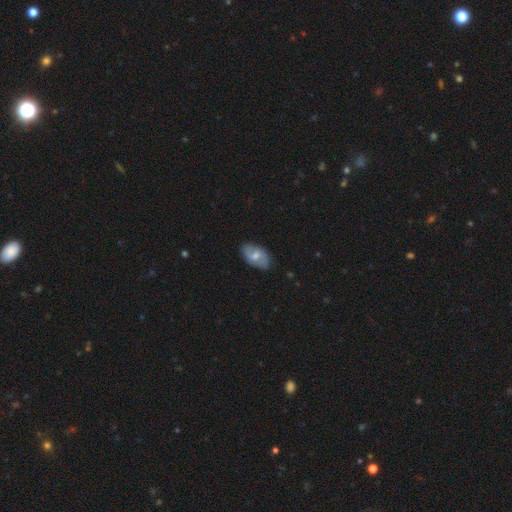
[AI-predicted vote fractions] A featured or disk galaxy (50%). Merging: none (77%).